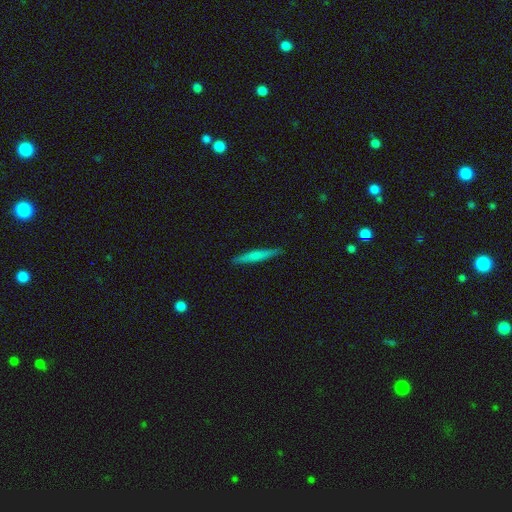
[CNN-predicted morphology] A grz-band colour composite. It shows a smooth galaxy with no disk features (60%) that is cigar-shaped (94%). Merging: none (90%).